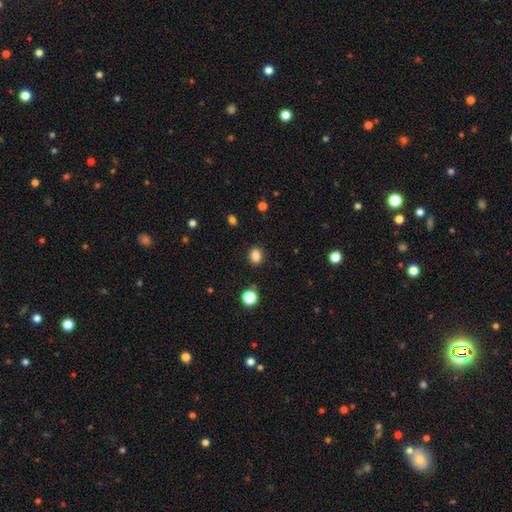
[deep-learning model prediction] smooth 84%, star or artifact 12%, featured or disk 4%. Down the decision tree: how rounded — in between (51%); merging — none (87%).